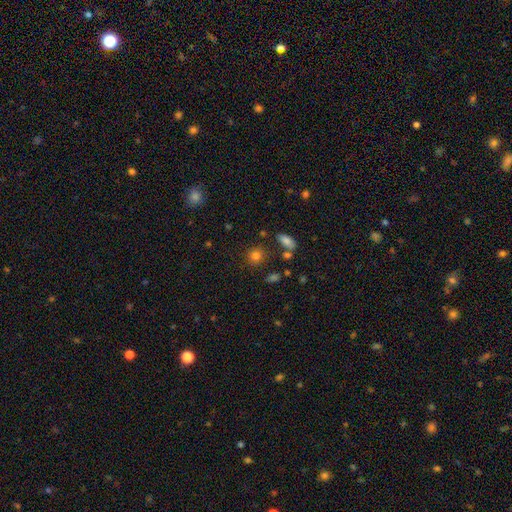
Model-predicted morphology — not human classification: Smooth or featured: smooth — 81% (star or artifact — 13%)
How rounded: round — 82% (in between — 17%)
Merging: none — 78% (minor disturbance — 11%)